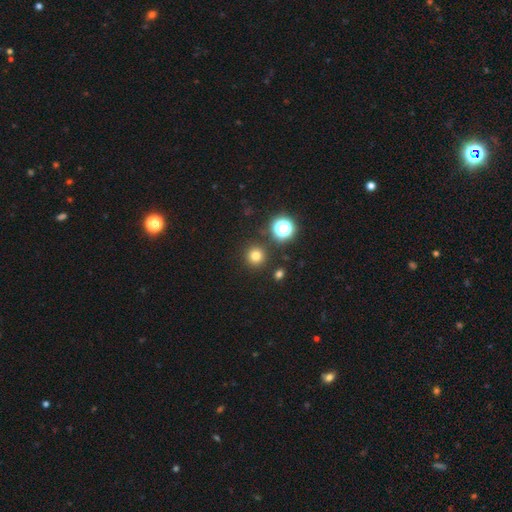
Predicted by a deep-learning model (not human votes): smooth_or_featured: smooth (p=0.75) [alt: star or artifact p=0.18]
how_rounded: round (p=0.95) [alt: in between p=0.04]
merging: none (p=0.89) [alt: minor disturbance p=0.05]